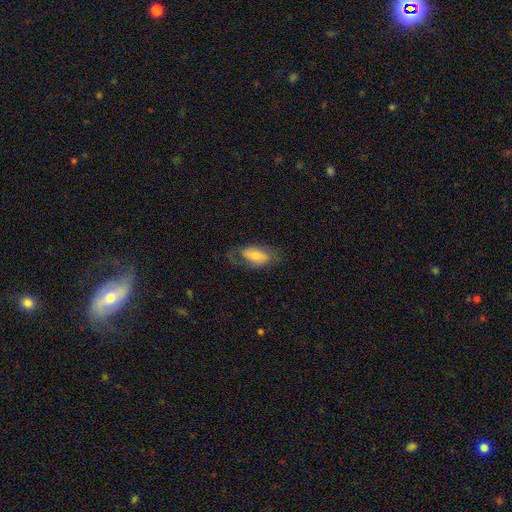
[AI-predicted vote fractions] Q: Smooth or featured?
A: smooth (61%); runner-up: featured or disk (31%)
Q: How rounded?
A: in between (90%); runner-up: cigar-shaped (6%)
Q: Merging?
A: none (57%); runner-up: minor disturbance (24%)